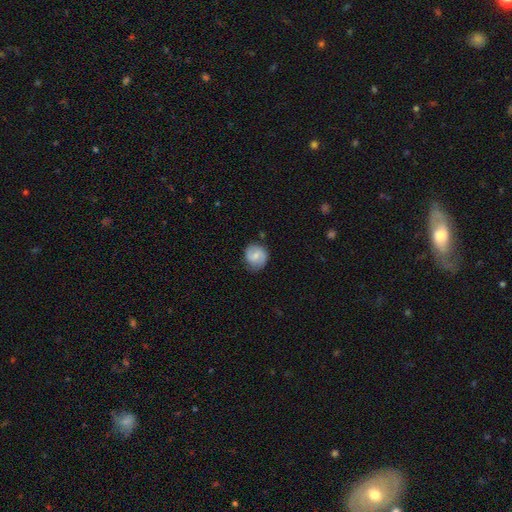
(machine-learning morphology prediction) smooth 51%, featured or disk 42%, star or artifact 7%. Down the decision tree: how rounded — round (86%); merging — none (78%).